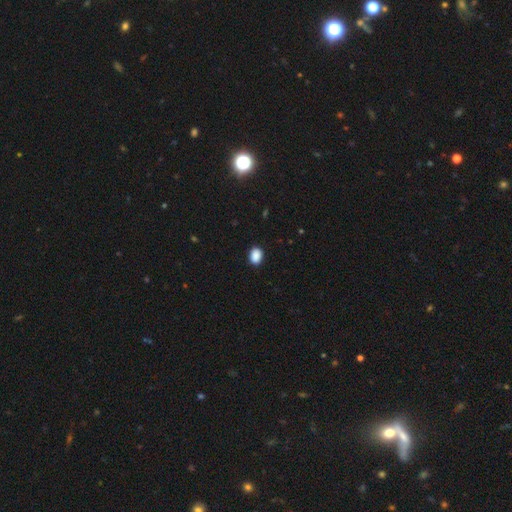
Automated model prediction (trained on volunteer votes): A smooth galaxy with no disk features (90%) that is in between round and cigar-shaped (72%).

Vote fractions:
- Smooth or featured? smooth: 90% / star or artifact: 8% / featured or disk: 2%
- How rounded? in between: 72% / round: 26% / cigar-shaped: 1%
- Merging? none: 89% / minor disturbance: 8% / major disturbance: 2% / merger: 1%